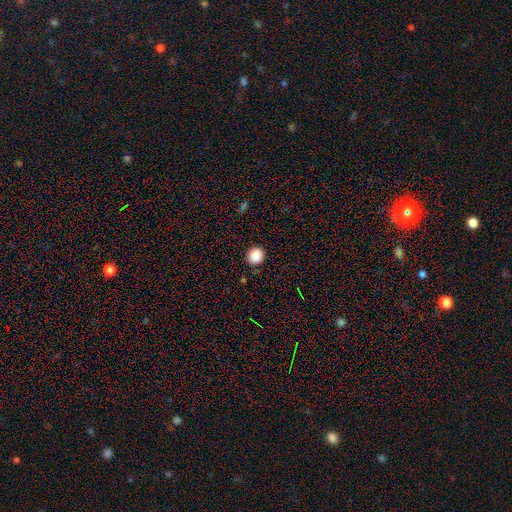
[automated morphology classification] Overall: smooth (87%). How rounded: round (84%). Merging: none (89%).